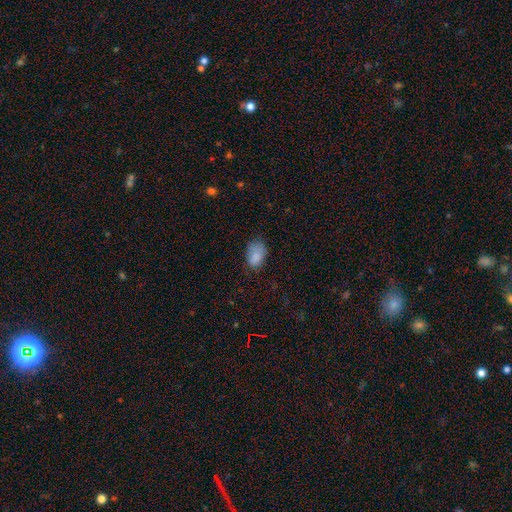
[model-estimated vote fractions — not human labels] A smooth galaxy with no disk features (84%) that is in between round and cigar-shaped (87%). Merging: none (59%).